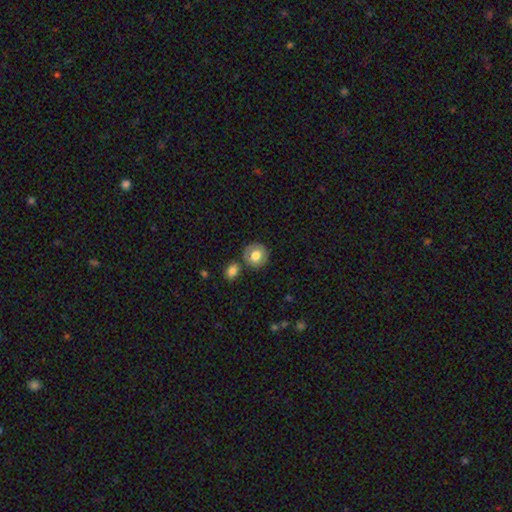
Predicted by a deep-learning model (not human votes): smooth_or_featured: smooth (p=0.64) [alt: featured or disk p=0.29]
how_rounded: round (p=0.85) [alt: in between p=0.14]
merging: none (p=0.73) [alt: minor disturbance p=0.13]